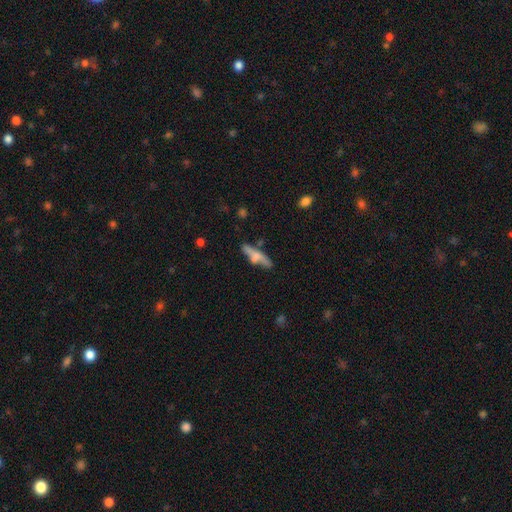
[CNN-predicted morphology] Smooth or featured: smooth — 56% (featured or disk — 37%)
How rounded: cigar-shaped — 79% (in between — 19%)
Merging: none — 61% (minor disturbance — 20%)